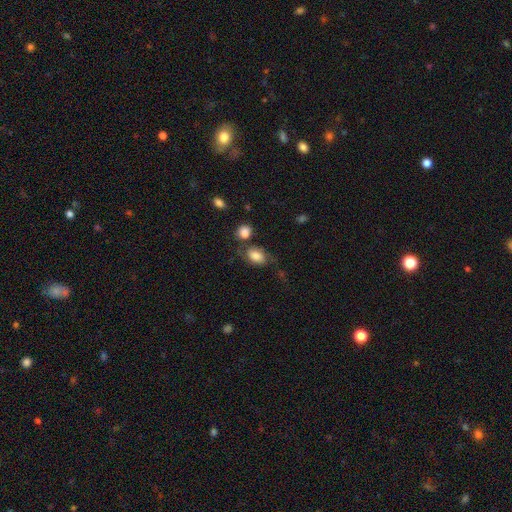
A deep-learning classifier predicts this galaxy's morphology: A smooth galaxy with no disk features (74%) that is in between round and cigar-shaped (81%). Merging: none (49%).